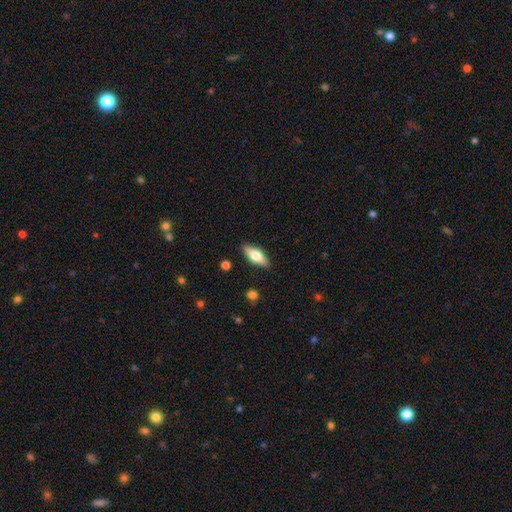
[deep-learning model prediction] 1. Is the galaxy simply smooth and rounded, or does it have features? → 53% smooth, 41% featured or disk, 7% star or artifact.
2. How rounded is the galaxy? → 67% in between, 30% cigar-shaped, 3% round.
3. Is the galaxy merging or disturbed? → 87% none, 10% minor disturbance, 2% major disturbance, 1% merger.